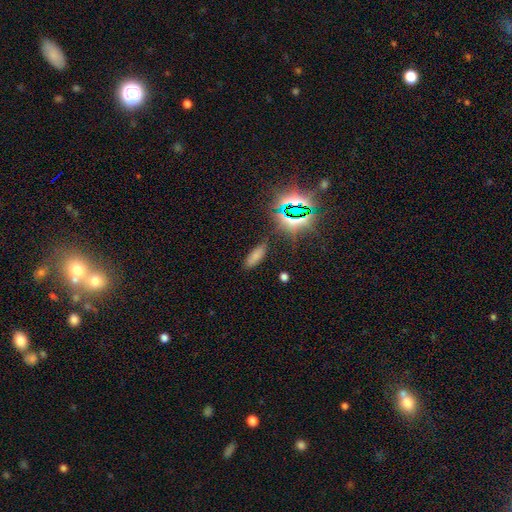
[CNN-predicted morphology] A smooth galaxy with no disk features (68%) that is in between round and cigar-shaped (73%).

Vote fractions:
- Smooth or featured? smooth: 68% / star or artifact: 22% / featured or disk: 10%
- How rounded? in between: 73% / cigar-shaped: 24% / round: 3%
- Merging? none: 80% / minor disturbance: 13% / major disturbance: 4% / merger: 3%